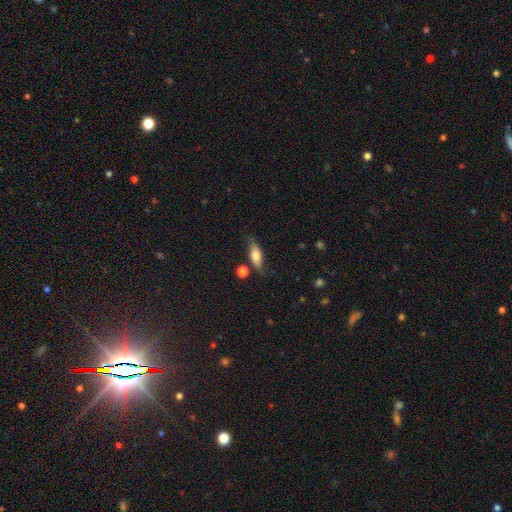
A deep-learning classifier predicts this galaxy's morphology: type=smooth (68%); roundness=in between (71%); merging=none (70%).